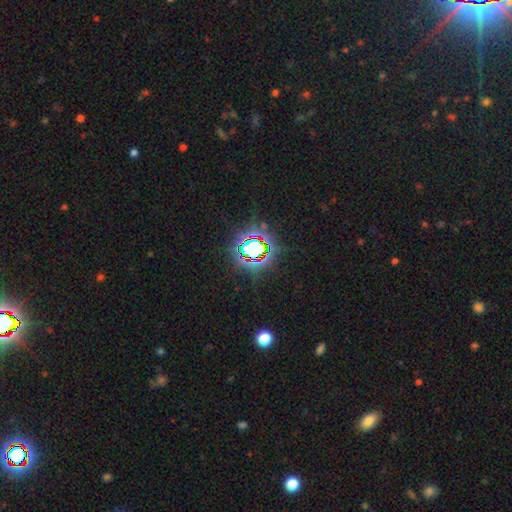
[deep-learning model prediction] Overall: star or artifact (78%).